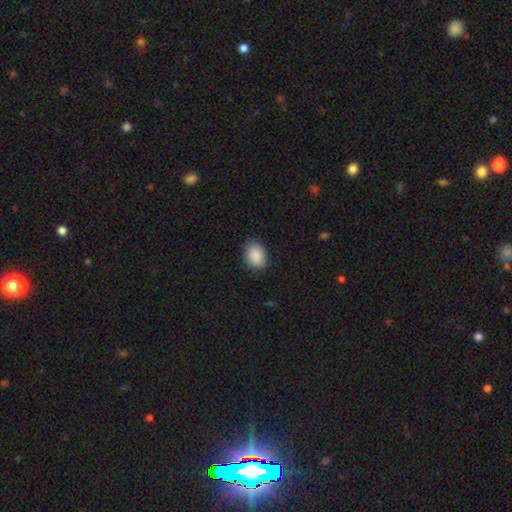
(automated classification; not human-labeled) Overall: smooth (90%). How rounded: in between (64%; round 35%). Merging: none (84%).